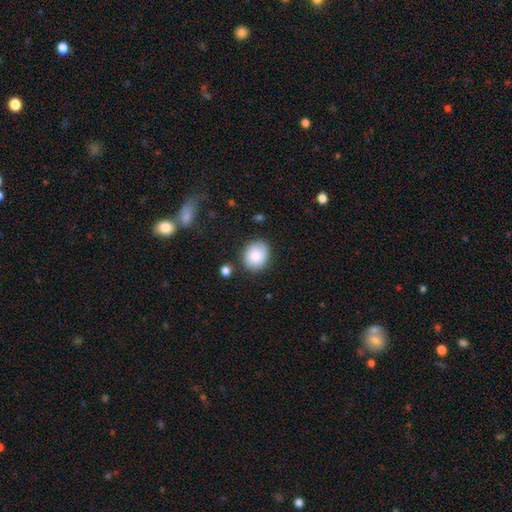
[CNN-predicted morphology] This is clearly a smooth galaxy (83%). How rounded: possibly round (60%). Merging: likely none (79%).